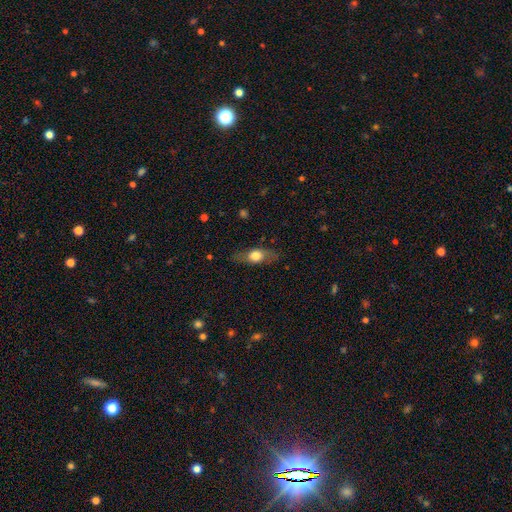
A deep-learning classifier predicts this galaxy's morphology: Q: Smooth or featured?
A: smooth (60%); runner-up: featured or disk (33%)
Q: How rounded?
A: in between (65%); runner-up: cigar-shaped (22%)
Q: Merging?
A: none (77%); runner-up: minor disturbance (16%)